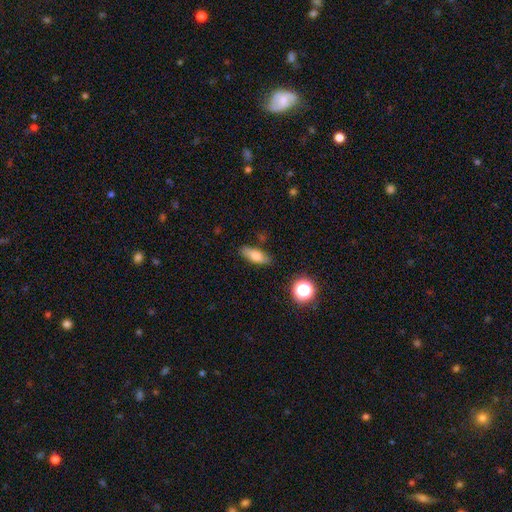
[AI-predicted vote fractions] Smooth or featured?
  - smooth: 70% *
  - featured or disk: 21%
  - star or artifact: 9%
How rounded?
  - in between: 61% *
  - cigar-shaped: 33%
  - round: 6%
Merging?
  - none: 82% *
  - minor disturbance: 13%
  - major disturbance: 3%
  - merger: 2%